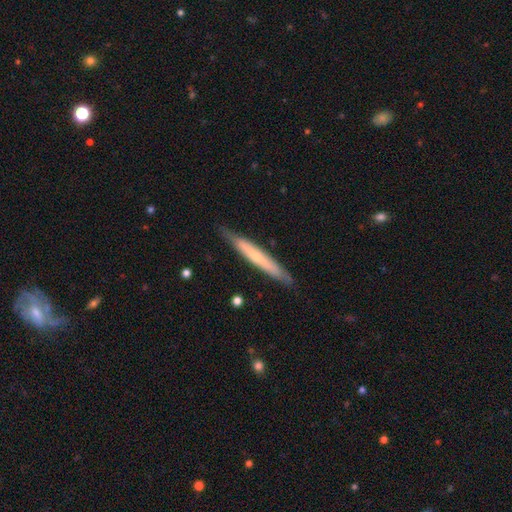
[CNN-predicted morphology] smooth_or_featured: featured or disk (p=0.47) [tied with: smooth p=0.47]
merging: none (p=0.84) [alt: minor disturbance p=0.13]